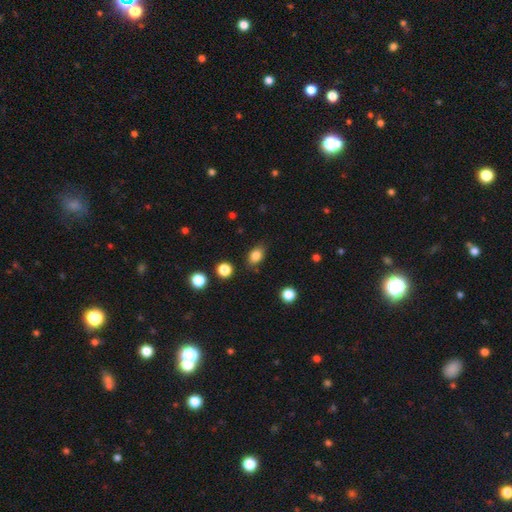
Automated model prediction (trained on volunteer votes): This is clearly a smooth galaxy (83%). How rounded: likely in between (78%). Merging: clearly none (80%).